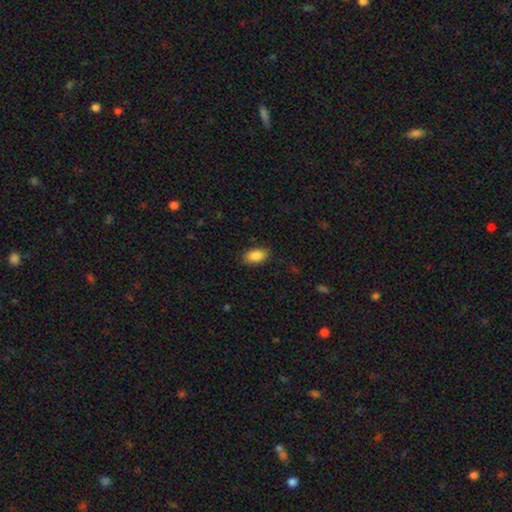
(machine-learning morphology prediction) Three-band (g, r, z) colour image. It shows a smooth galaxy with no disk features (87%) that is in between round and cigar-shaped (92%). Merging: none (86%).